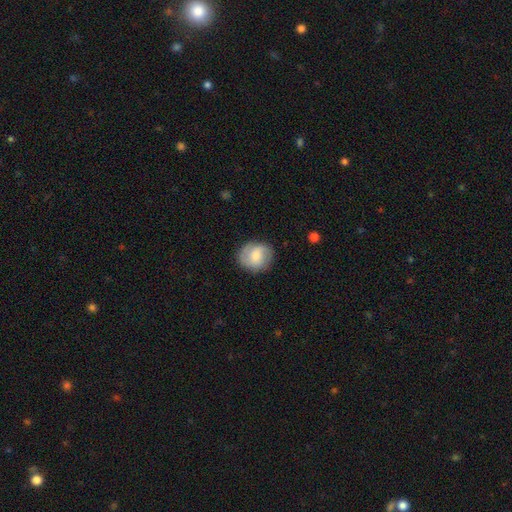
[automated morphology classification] Smooth or featured: smooth — 52% (featured or disk — 41%)
How rounded: round — 80% (in between — 19%)
Merging: none — 83% (minor disturbance — 12%)